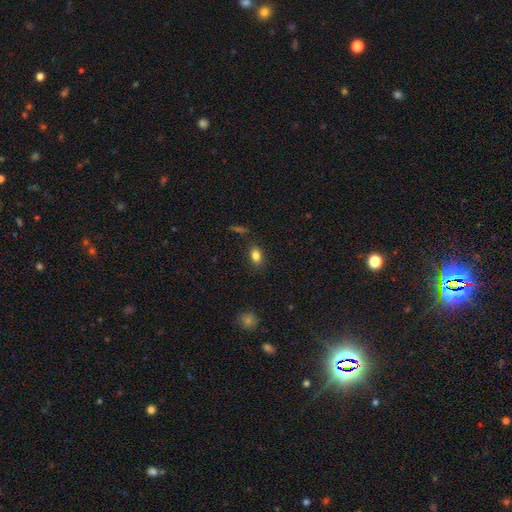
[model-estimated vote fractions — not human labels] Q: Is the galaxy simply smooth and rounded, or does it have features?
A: smooth — 83%.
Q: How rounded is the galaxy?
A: in between — 82%.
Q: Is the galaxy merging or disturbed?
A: none — 85%.